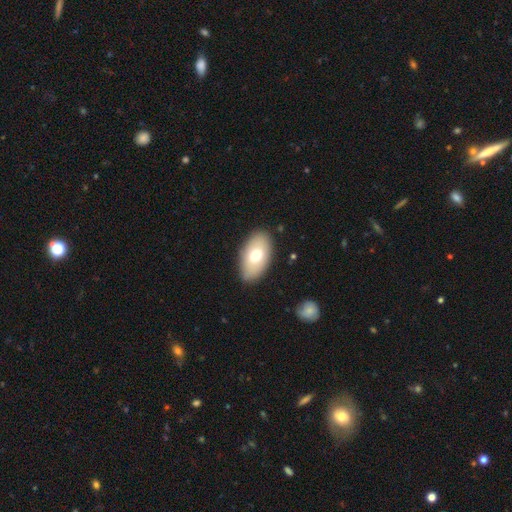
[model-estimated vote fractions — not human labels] Smooth or featured?
  - smooth: 70% *
  - featured or disk: 23%
  - star or artifact: 7%
How rounded?
  - in between: 94% *
  - round: 4%
  - cigar-shaped: 2%
Merging?
  - none: 85% *
  - minor disturbance: 11%
  - major disturbance: 3%
  - merger: 1%